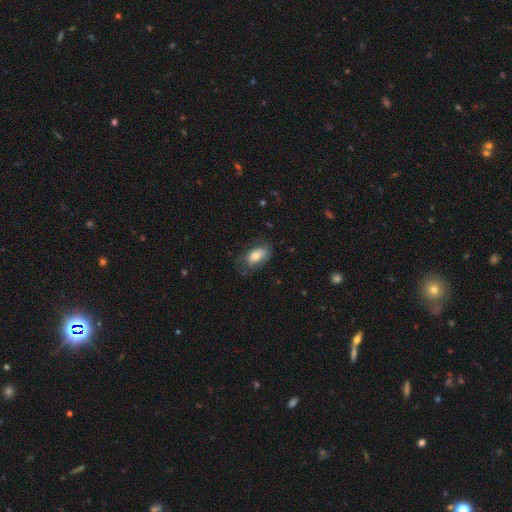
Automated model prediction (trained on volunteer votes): A smooth galaxy with no disk features (71%) that is in between round and cigar-shaped (90%). Merging: none (55%).